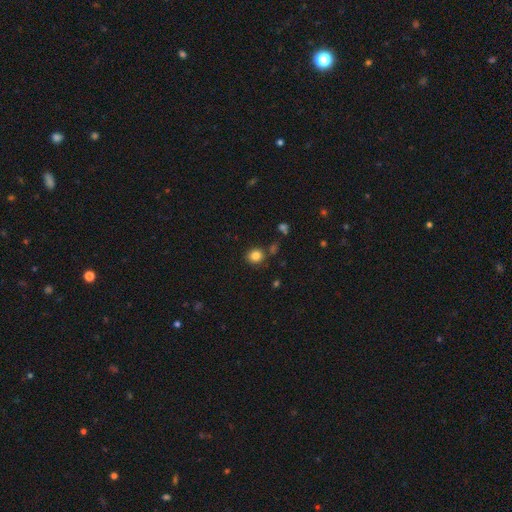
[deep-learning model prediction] Smooth or featured? smooth (83%)
How rounded? round (82%)
Merging? none (82%)